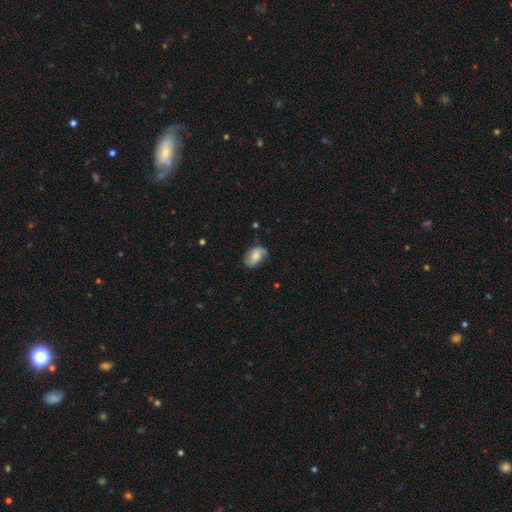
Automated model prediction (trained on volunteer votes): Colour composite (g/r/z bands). It shows a smooth galaxy with no disk features (70%) that is in between round and cigar-shaped (88%). Merging: none (71%).